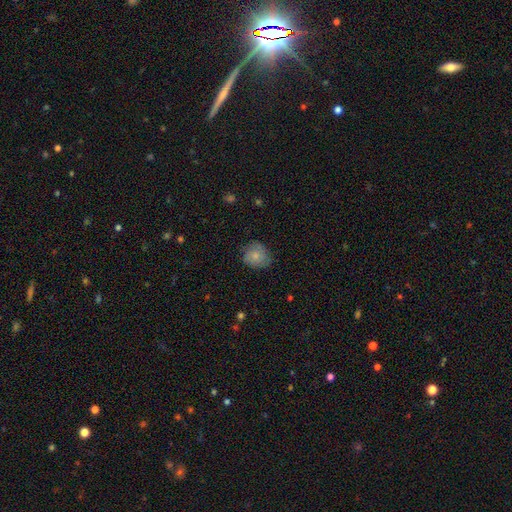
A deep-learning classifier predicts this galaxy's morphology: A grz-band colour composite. It shows a smooth galaxy with no disk features (66%) that is round (75%). Merging: none (68%).